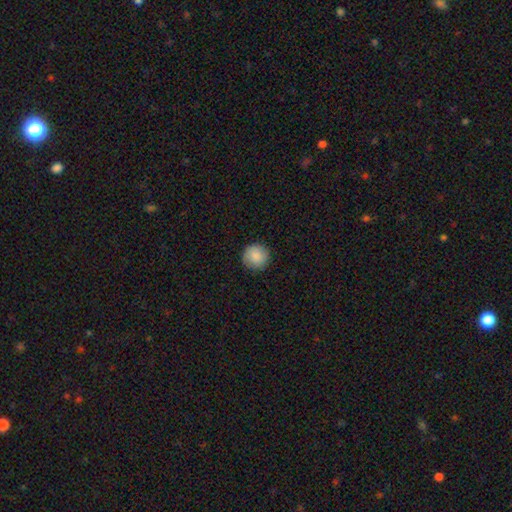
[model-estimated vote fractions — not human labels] Q: Smooth or featured?
A: smooth (86%); runner-up: star or artifact (7%)
Q: How rounded?
A: round (95%); runner-up: in between (4%)
Q: Merging?
A: none (89%); runner-up: minor disturbance (8%)